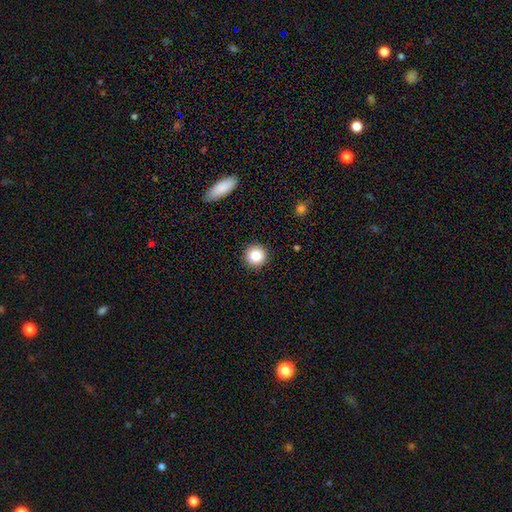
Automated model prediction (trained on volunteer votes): Overall: smooth (85%). How rounded: round (95%). Merging: none (92%).